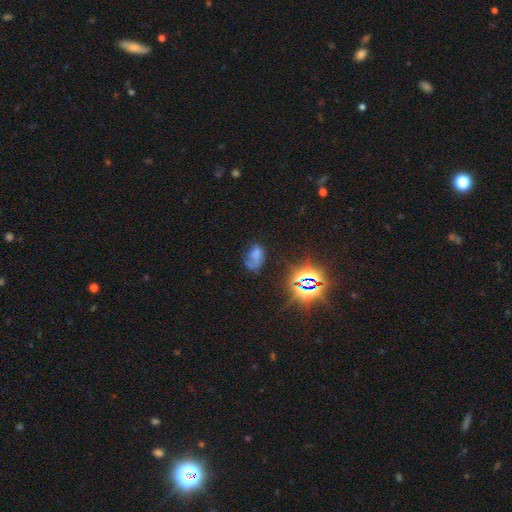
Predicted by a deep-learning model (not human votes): A smooth galaxy with no disk features (52%) that is in between round and cigar-shaped (83%).

Vote fractions:
- Smooth or featured? smooth: 52% / star or artifact: 24% / featured or disk: 24%
- How rounded? in between: 83% / round: 15% / cigar-shaped: 2%
- Merging? none: 39% / minor disturbance: 28% / major disturbance: 26% / merger: 7%